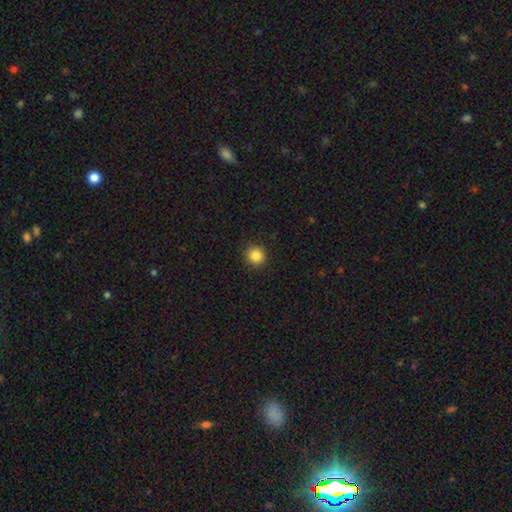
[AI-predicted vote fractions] Overall: smooth (86%). How rounded: round (93%). Merging: none (91%).